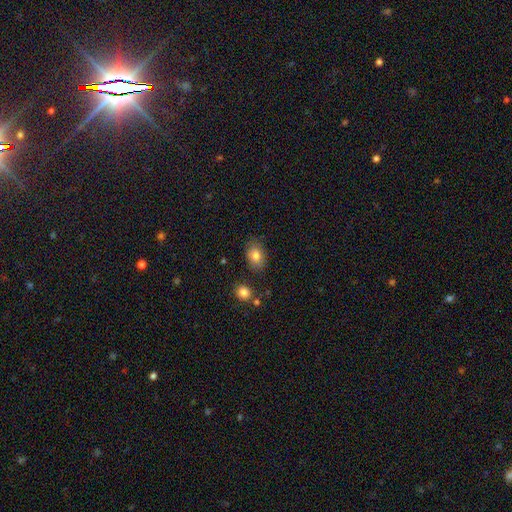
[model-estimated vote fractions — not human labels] Smooth or featured?
  - smooth: 81% *
  - featured or disk: 10%
  - star or artifact: 9%
How rounded?
  - in between: 78% *
  - round: 21%
  - cigar-shaped: 1%
Merging?
  - none: 78% *
  - minor disturbance: 16%
  - major disturbance: 3%
  - merger: 3%